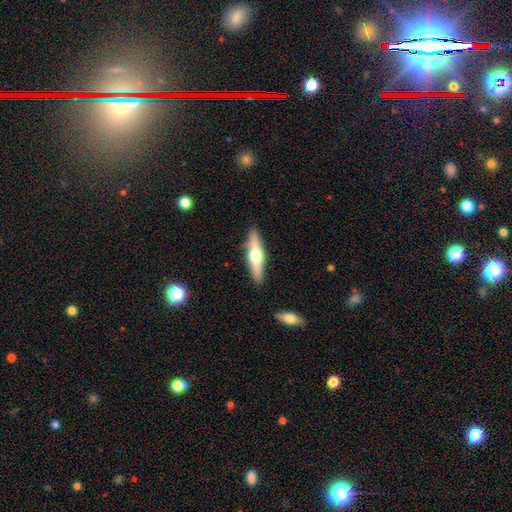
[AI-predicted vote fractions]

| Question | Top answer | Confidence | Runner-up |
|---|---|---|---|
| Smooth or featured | featured or disk | 58% | smooth (37%) |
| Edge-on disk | yes | 94% | no (6%) |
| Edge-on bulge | rounded | 94% | boxy (3%) |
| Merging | none | 88% | minor disturbance (8%) |